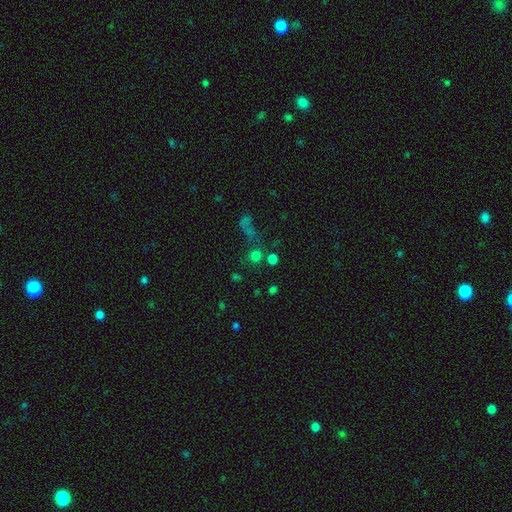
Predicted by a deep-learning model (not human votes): smooth-or-featured: smooth: 70% | star or artifact: 23% | featured or disk: 7%
  how-rounded: round: 88% | in between: 10% | cigar-shaped: 2%
  merging: none: 61% | merger: 23% | minor disturbance: 8% | major disturbance: 8%